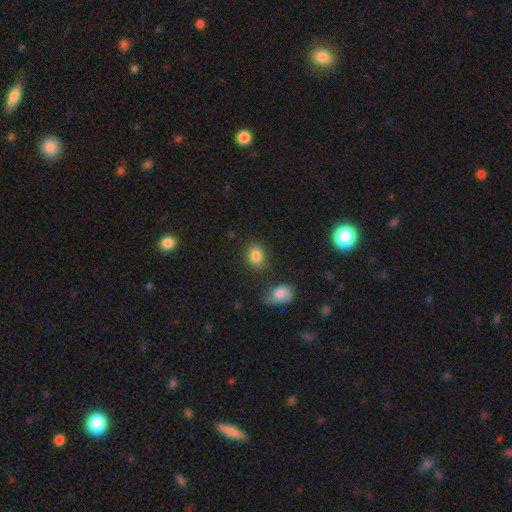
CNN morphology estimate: type=smooth (84%); roundness=in between (74%); merging=none (76%).